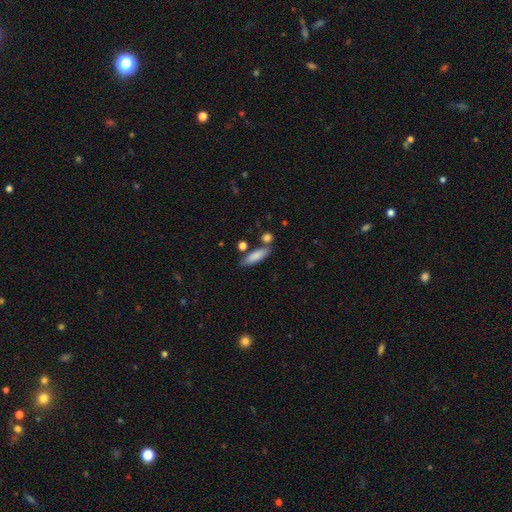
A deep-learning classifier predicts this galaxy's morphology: Smooth or featured? smooth (83%)
How rounded? cigar-shaped (56%)
Merging? none (73%)